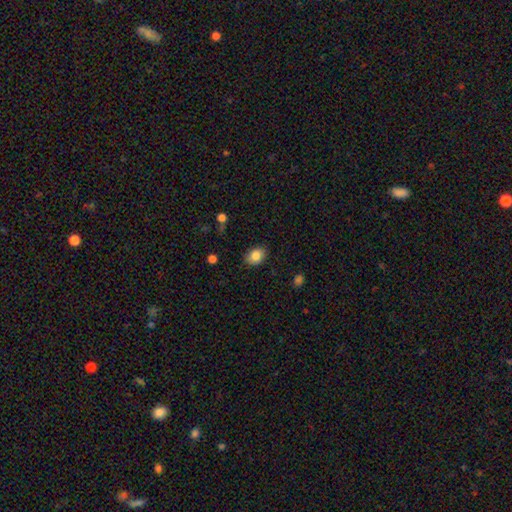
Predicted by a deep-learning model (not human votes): A smooth galaxy with no disk features (84%) that is in between round and cigar-shaped (66%). Merging: none (85%).